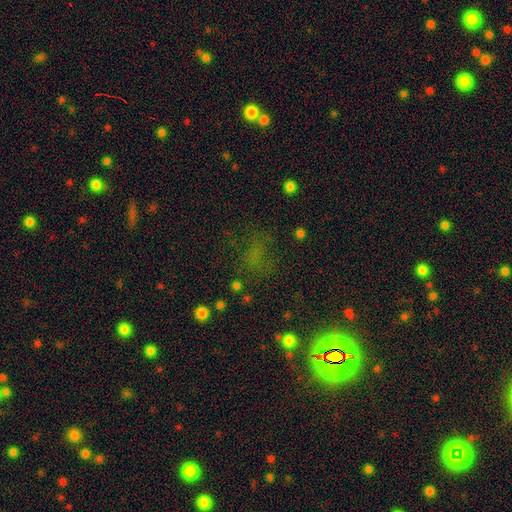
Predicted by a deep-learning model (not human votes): smooth_or_featured: star or artifact (p=0.52) [alt: smooth p=0.34]